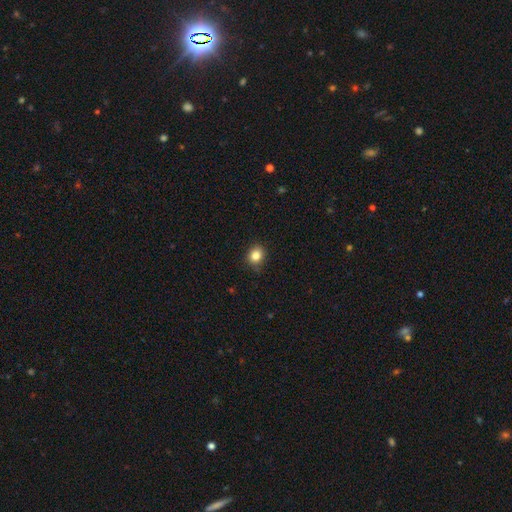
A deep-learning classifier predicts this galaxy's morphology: A smooth galaxy with no disk features (84%) that is round (69%).

Vote fractions:
- Smooth or featured? smooth: 84% / star or artifact: 11% / featured or disk: 6%
- How rounded? round: 69% / in between: 30% / cigar-shaped: 1%
- Merging? none: 85% / minor disturbance: 12% / major disturbance: 2% / merger: 1%